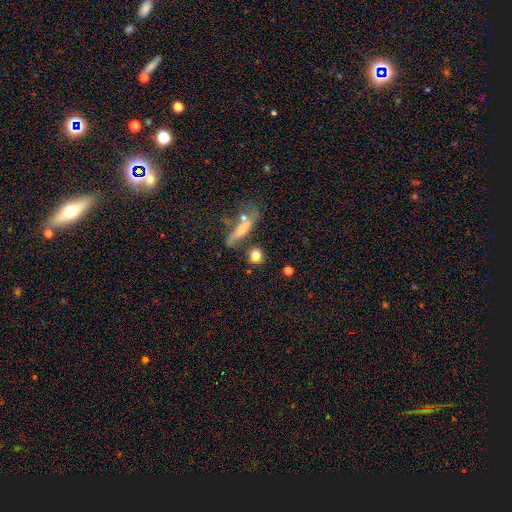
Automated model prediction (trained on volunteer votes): This is likely a smooth galaxy (73%). How rounded: likely round (68%). Merging: likely none (69%).